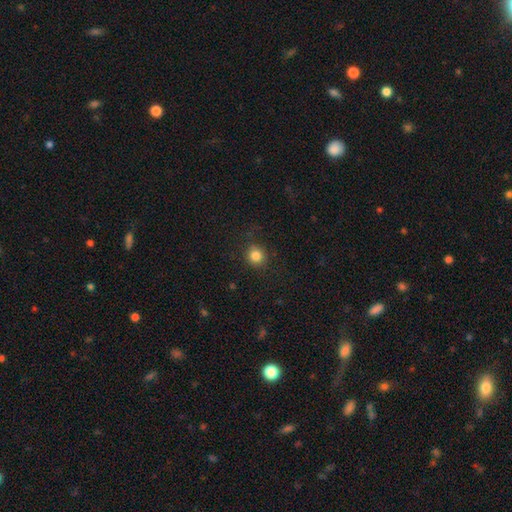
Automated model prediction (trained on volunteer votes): Overall: smooth (83%). How rounded: round (88%). Merging: none (86%).